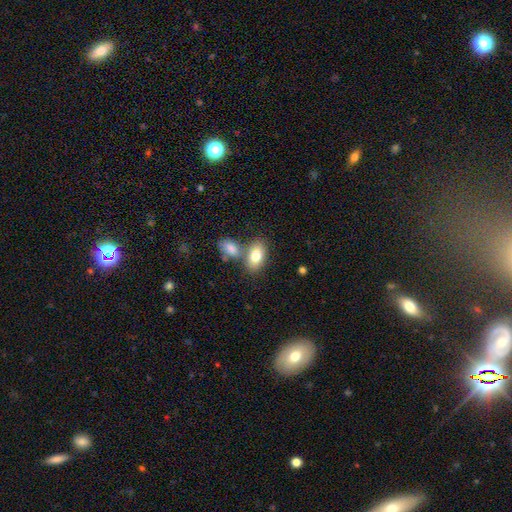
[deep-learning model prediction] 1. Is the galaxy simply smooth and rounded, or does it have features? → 78% smooth, 14% featured or disk, 7% star or artifact.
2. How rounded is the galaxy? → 91% in between, 7% round, 2% cigar-shaped.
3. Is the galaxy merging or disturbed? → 53% none, 33% merger, 11% minor disturbance, 3% major disturbance.